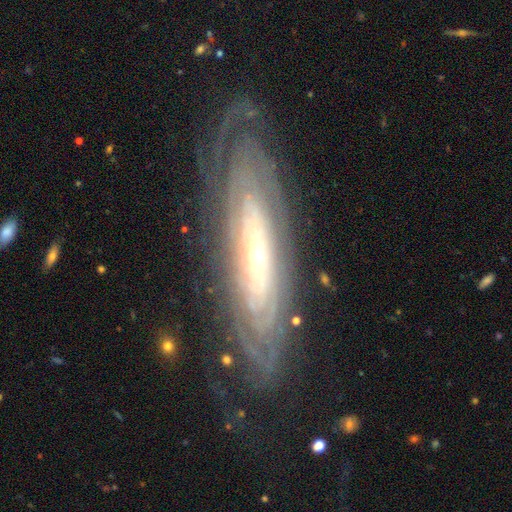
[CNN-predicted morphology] A featured or disk galaxy (83%) with no bar (69%), tight (82%) spiral arms (87%) and a small central bulge (46%). Merging: none (76%).